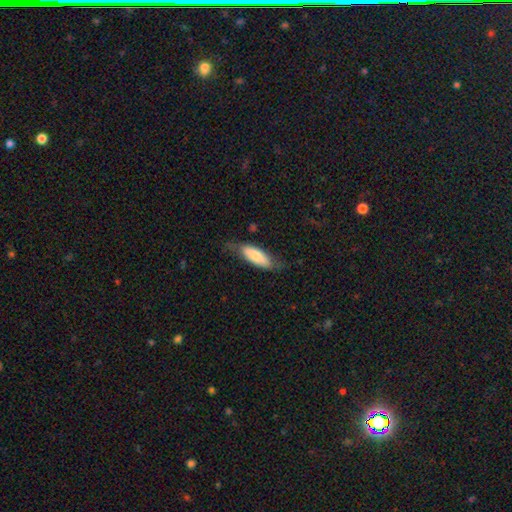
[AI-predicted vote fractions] smooth_or_featured: smooth (p=0.73) [alt: featured or disk p=0.21]
how_rounded: in between (p=0.61) [alt: cigar-shaped p=0.38]
merging: none (p=0.64) [alt: minor disturbance p=0.26]